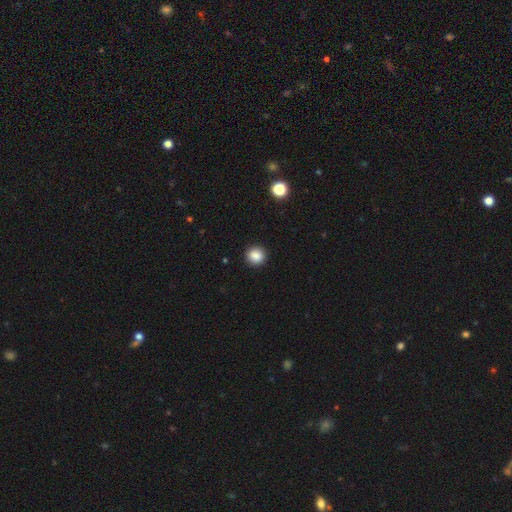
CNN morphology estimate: This appears to be a smooth galaxy with no disk features (87%) that is round (88%). Merging: none (92%).